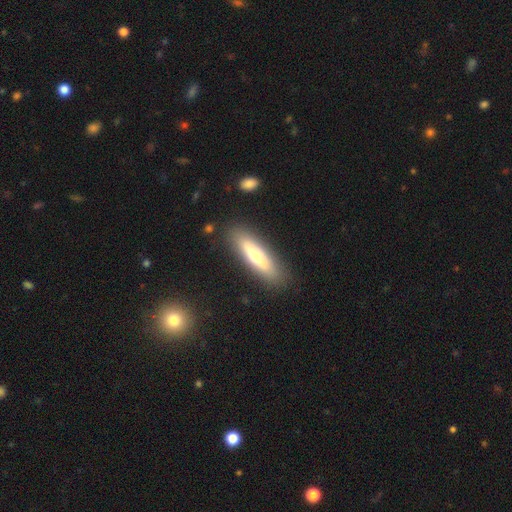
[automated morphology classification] smooth-or-featured: smooth: 57% | featured or disk: 37% | star or artifact: 6%
  how-rounded: cigar-shaped: 70% | in between: 28% | round: 2%
  merging: none: 86% | minor disturbance: 9% | major disturbance: 3% | merger: 2%